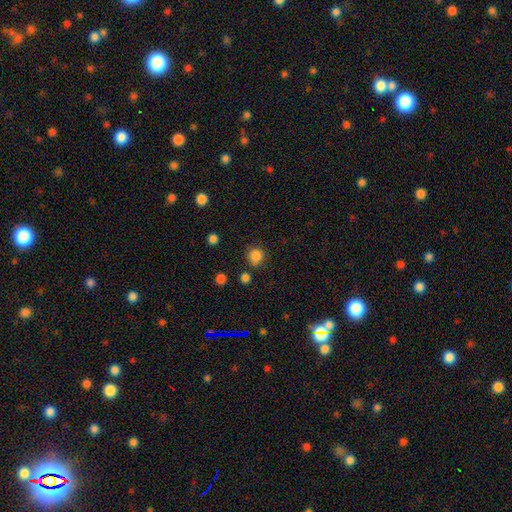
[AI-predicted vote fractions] A smooth galaxy with no disk features (83%) that is round (90%). Merging: none (81%).